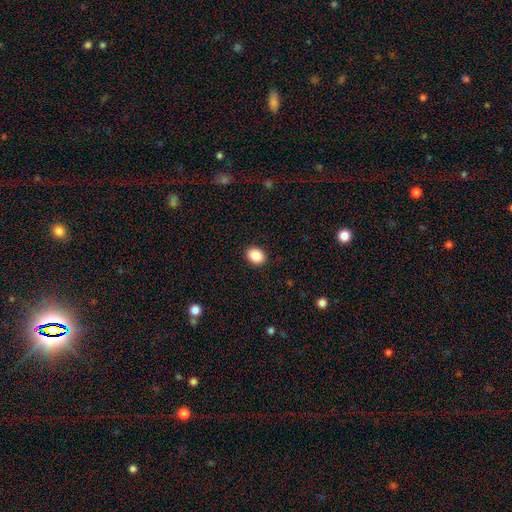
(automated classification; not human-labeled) A smooth galaxy with no disk features (88%) that is in between round and cigar-shaped (60%).

Vote fractions:
- Smooth or featured? smooth: 88% / star or artifact: 8% / featured or disk: 4%
- How rounded? in between: 60% / round: 39% / cigar-shaped: 1%
- Merging? none: 91% / minor disturbance: 7% / major disturbance: 2% / merger: 1%